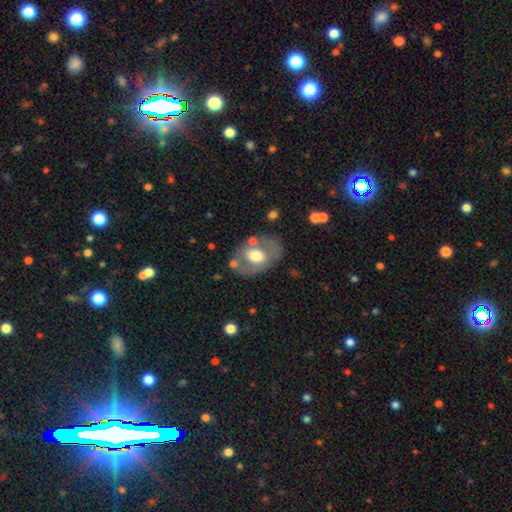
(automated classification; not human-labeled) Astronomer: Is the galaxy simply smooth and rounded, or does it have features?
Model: featured or disk — 48% (runner-up: smooth, 45%).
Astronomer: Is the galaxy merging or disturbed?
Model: none — 67%.